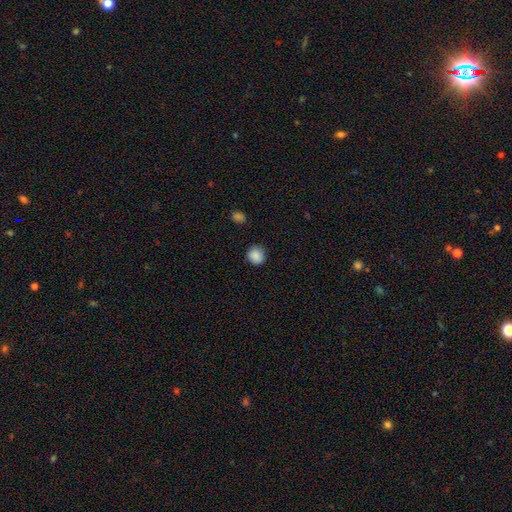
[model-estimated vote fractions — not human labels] A smooth galaxy with no disk features (88%) that is round (88%). Merging: none (87%).